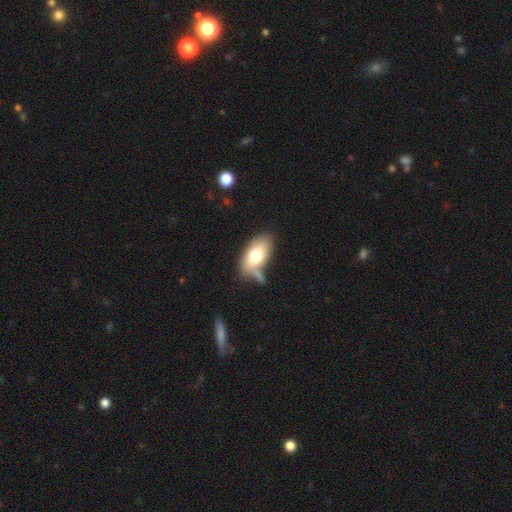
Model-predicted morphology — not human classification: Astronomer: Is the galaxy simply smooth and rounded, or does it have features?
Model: smooth — 72%.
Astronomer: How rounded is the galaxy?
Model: in between — 92%.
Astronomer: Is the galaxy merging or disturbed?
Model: none — 49%.